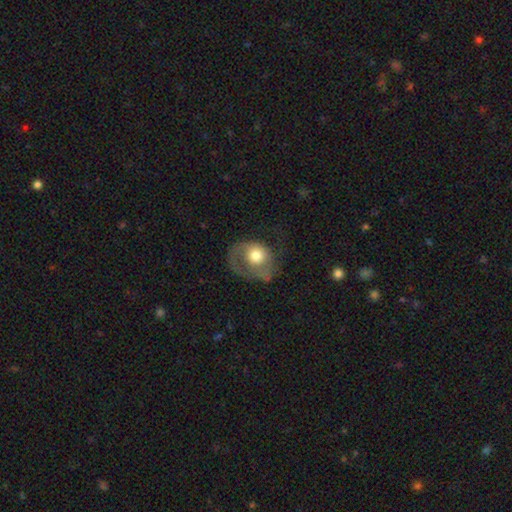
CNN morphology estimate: smooth-or-featured: smooth: 48% | featured or disk: 46% | star or artifact: 7%
  merging: major disturbance: 49% | none: 28% | minor disturbance: 22% | merger: 2%